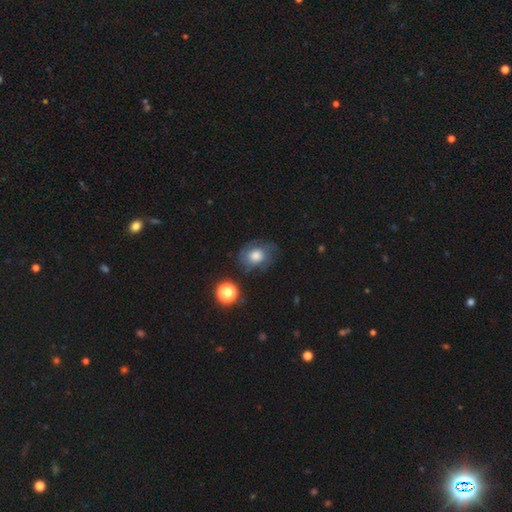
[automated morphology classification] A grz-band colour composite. It shows a smooth galaxy with no disk features (51%) that is round (58%). Merging: none (63%).